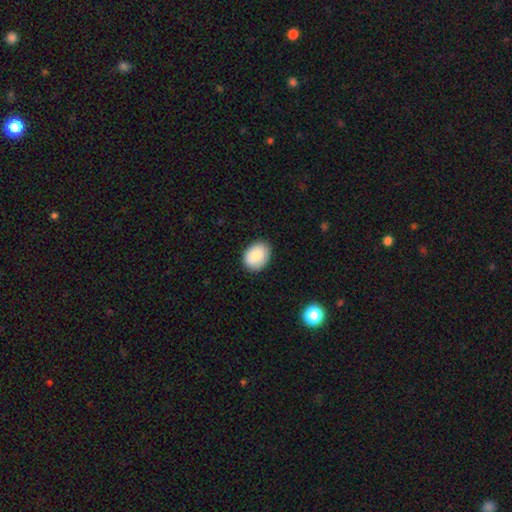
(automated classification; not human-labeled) Smooth or featured: smooth — 86% (featured or disk — 7%)
How rounded: in between — 67% (round — 32%)
Merging: none — 86% (minor disturbance — 11%)